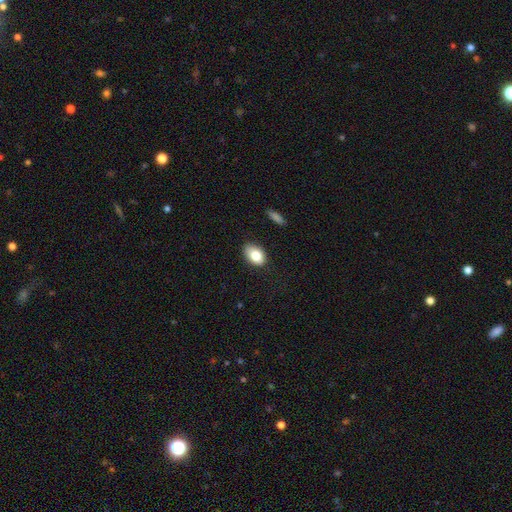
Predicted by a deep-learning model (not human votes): smooth-or-featured: smooth: 81% | featured or disk: 11% | star or artifact: 8%
  how-rounded: in between: 84% | round: 14% | cigar-shaped: 1%
  merging: none: 78% | minor disturbance: 17% | major disturbance: 3% | merger: 2%